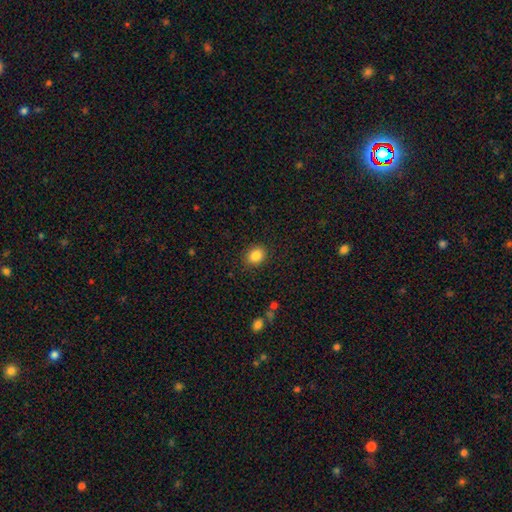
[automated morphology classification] Smooth or featured: smooth — 85% (star or artifact — 10%)
How rounded: round — 62% (in between — 37%)
Merging: none — 89% (minor disturbance — 8%)